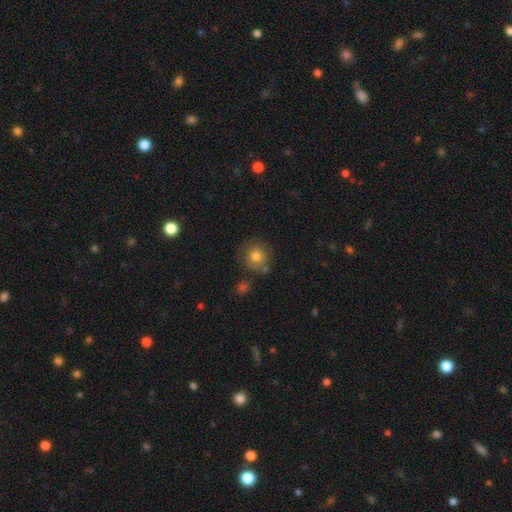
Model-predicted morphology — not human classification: smooth 77%, featured or disk 12%, star or artifact 11%. Down the decision tree: how rounded — round (91%); merging — none (74%).